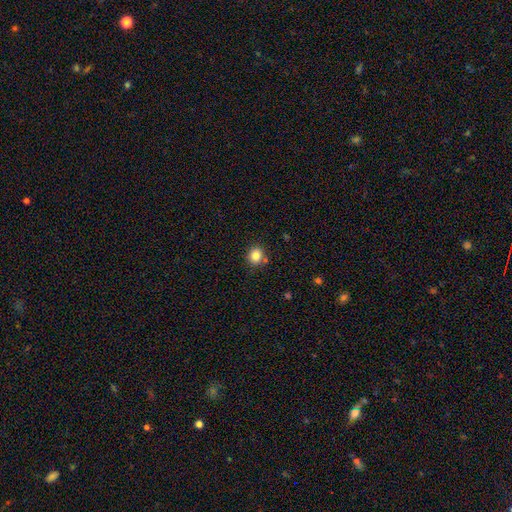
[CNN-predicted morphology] Smooth or featured? Predicted: smooth (p=0.83). How rounded? Predicted: round (p=0.79). Merging? Predicted: none (p=0.83).